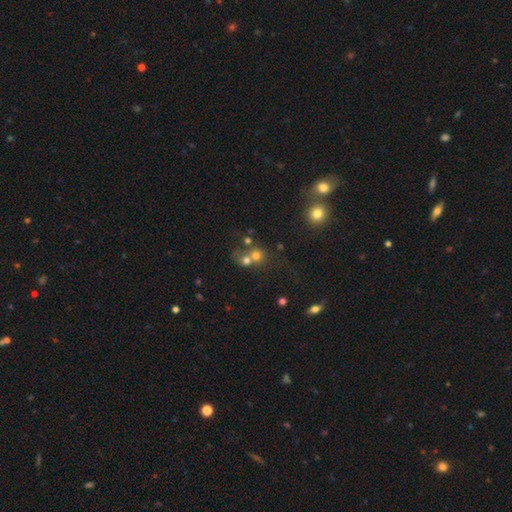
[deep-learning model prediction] Smooth or featured? Predicted: smooth (p=0.65). How rounded? Predicted: round (p=0.82). Merging? Predicted: merger (p=0.50).